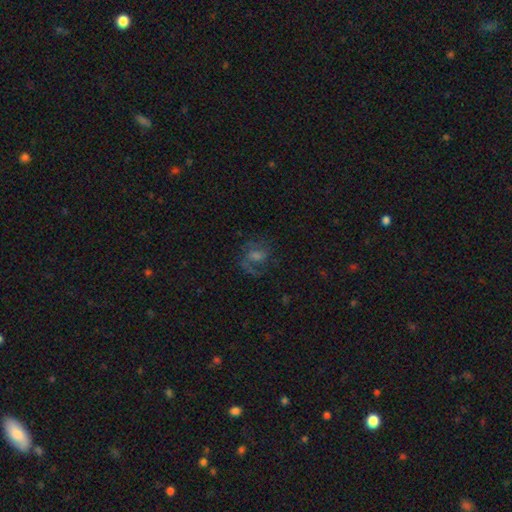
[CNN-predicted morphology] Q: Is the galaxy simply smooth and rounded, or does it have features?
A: featured or disk — 61%.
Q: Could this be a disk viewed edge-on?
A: no — 97%.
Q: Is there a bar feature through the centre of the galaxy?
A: no — 48%.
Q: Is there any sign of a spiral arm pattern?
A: yes — 87%.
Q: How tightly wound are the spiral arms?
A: medium — 50%.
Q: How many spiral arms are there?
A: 2 — 56%.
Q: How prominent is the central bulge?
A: moderate — 43%.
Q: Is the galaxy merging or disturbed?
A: none — 66%.